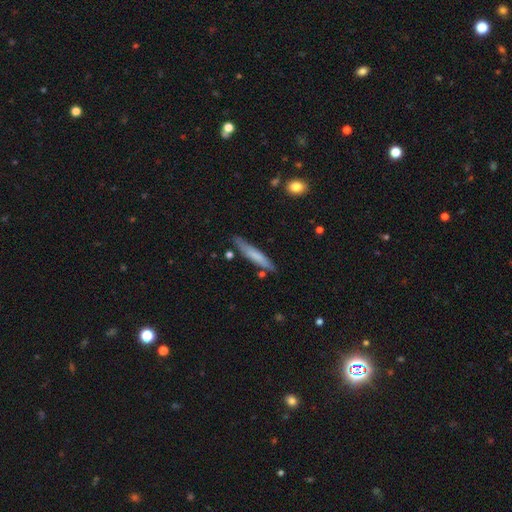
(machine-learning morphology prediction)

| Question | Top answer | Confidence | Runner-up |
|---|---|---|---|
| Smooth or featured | smooth | 66% | featured or disk (28%) |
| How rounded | cigar-shaped | 92% | in between (7%) |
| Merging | none | 79% | minor disturbance (15%) |